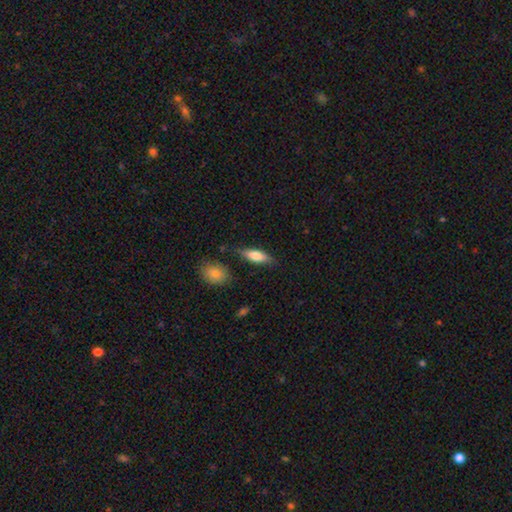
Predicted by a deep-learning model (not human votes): Smooth or featured? Predicted: smooth (p=0.73). How rounded? Predicted: in between (p=0.57). Merging? Predicted: none (p=0.77).